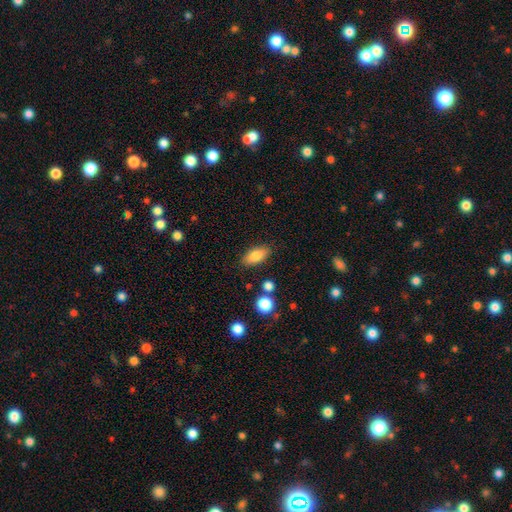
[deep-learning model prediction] The model was most divided on "smooth or featured": smooth: 81%, featured or disk: 11%, star or artifact: 8%. More confident: merging — none (85%); how rounded — in between (84%).